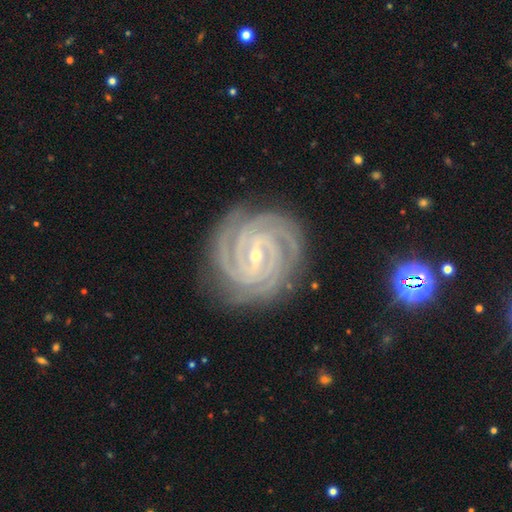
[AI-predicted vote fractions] featured or disk 93%, star or artifact 4%, smooth 3%. Down the decision tree: edge-on disk — no (98%); bar — strong (47%); spiral arms — yes (99%); spiral arm count — 4 (37%); spiral winding — tight (87%); bulge size — small (70%); merging — none (86%).